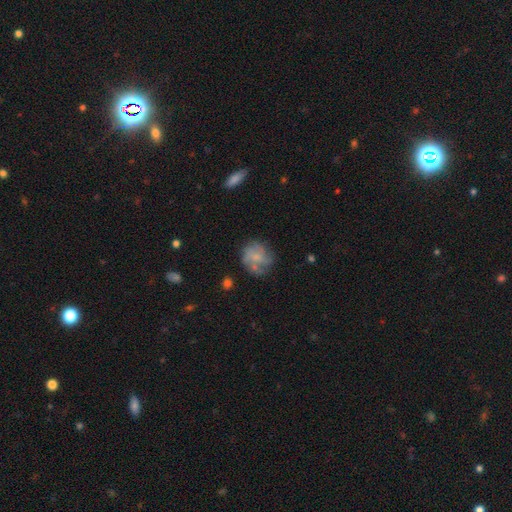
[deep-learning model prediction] smooth_or_featured: featured or disk (p=0.50) [alt: smooth p=0.40]
merging: none (p=0.58) [alt: minor disturbance p=0.22]